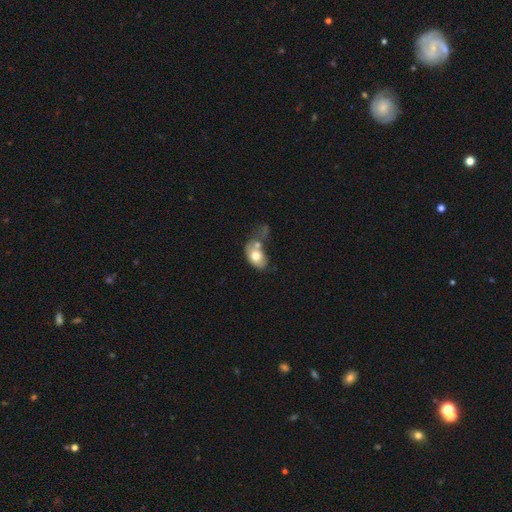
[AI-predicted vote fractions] A smooth galaxy with no disk features (69%) that is in between round and cigar-shaped (82%).

Vote fractions:
- Smooth or featured? smooth: 69% / featured or disk: 24% / star or artifact: 7%
- How rounded? in between: 82% / round: 16% / cigar-shaped: 2%
- Merging? merger: 48% / none: 19% / major disturbance: 18% / minor disturbance: 15%